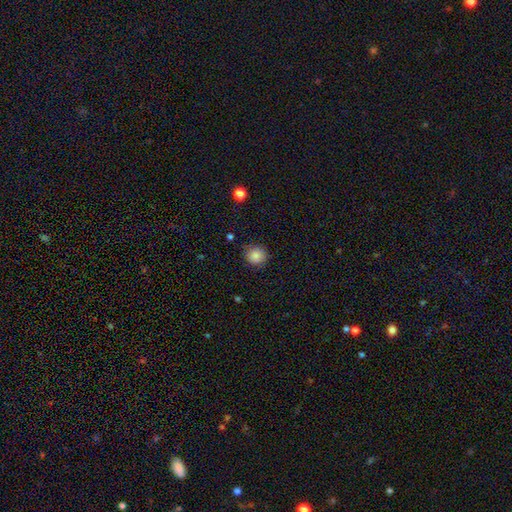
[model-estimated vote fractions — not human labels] A smooth galaxy with no disk features (85%) that is round (91%). Merging: none (86%).